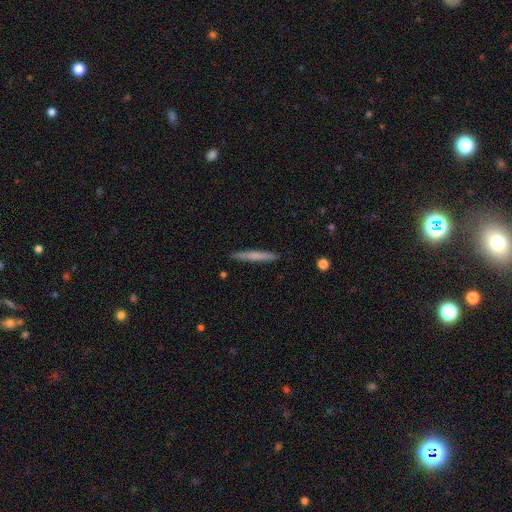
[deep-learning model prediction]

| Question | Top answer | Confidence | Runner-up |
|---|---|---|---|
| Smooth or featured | smooth | 65% | featured or disk (29%) |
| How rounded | cigar-shaped | 96% | in between (3%) |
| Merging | none | 91% | minor disturbance (7%) |